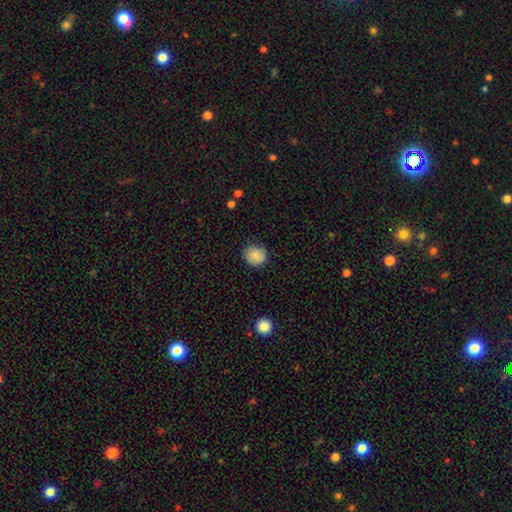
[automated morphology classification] smooth 86%, star or artifact 8%, featured or disk 6%. Down the decision tree: how rounded — round (82%); merging — none (77%).